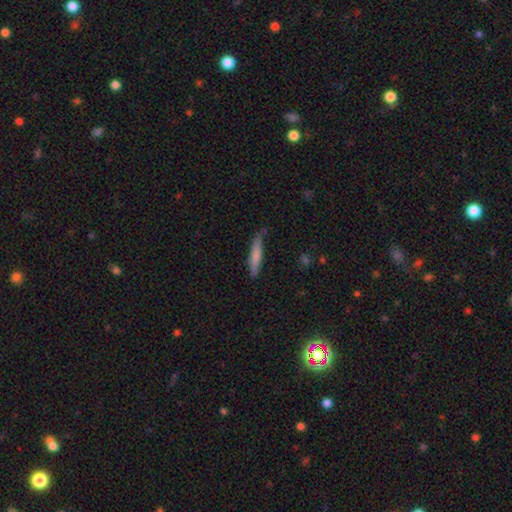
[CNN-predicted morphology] A smooth galaxy with no disk features (73%) that is cigar-shaped (91%).

Vote fractions:
- Smooth or featured? smooth: 73% / featured or disk: 21% / star or artifact: 6%
- How rounded? cigar-shaped: 91% / in between: 8% / round: 1%
- Merging? none: 81% / minor disturbance: 14% / major disturbance: 2% / merger: 2%